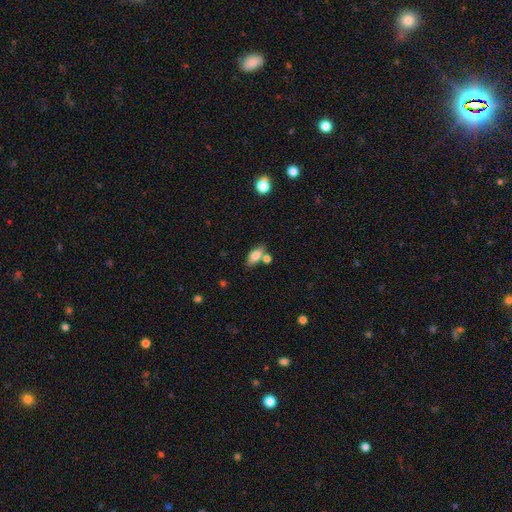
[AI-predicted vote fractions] A smooth galaxy with no disk features (78%) that is in between round and cigar-shaped (83%). Merging: none (61%).